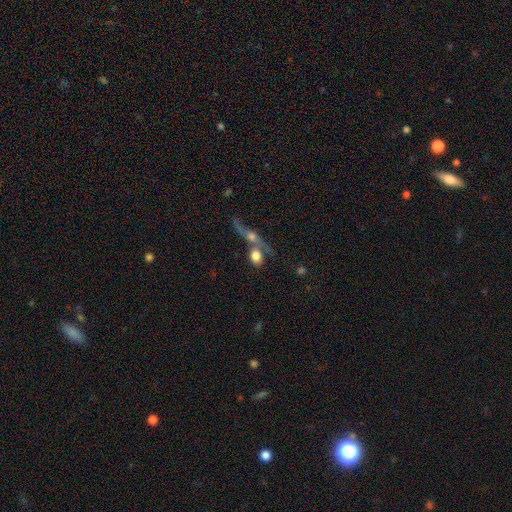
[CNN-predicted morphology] Smooth or featured? Predicted: smooth (p=0.69). How rounded? Predicted: in between (p=0.58). Merging? Predicted: merger (p=0.59).